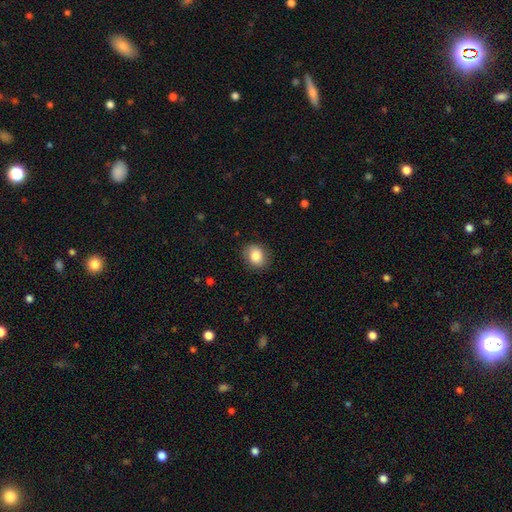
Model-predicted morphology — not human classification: This is clearly a smooth galaxy (81%). How rounded: possibly round (57%). Merging: clearly none (82%).